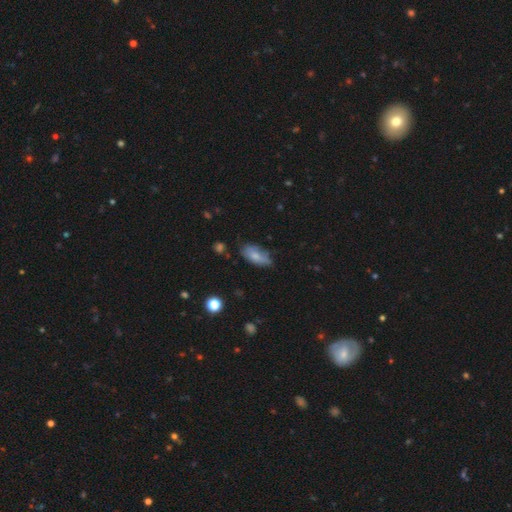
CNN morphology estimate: Q: Smooth or featured?
A: smooth (74%); runner-up: featured or disk (18%)
Q: How rounded?
A: in between (89%); runner-up: cigar-shaped (8%)
Q: Merging?
A: none (61%); runner-up: minor disturbance (30%)